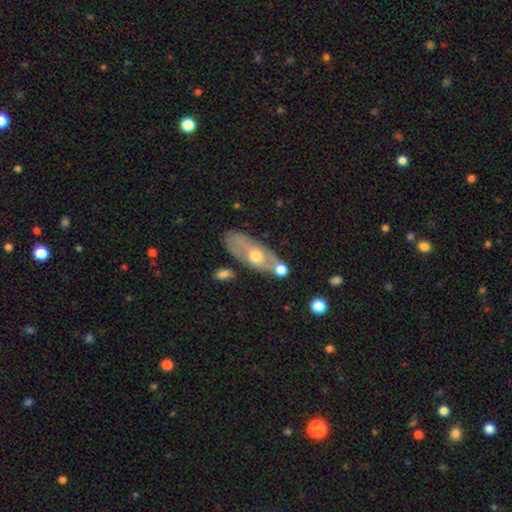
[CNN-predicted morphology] This appears to be a featured or disk galaxy (51%). Merging: none (58%).